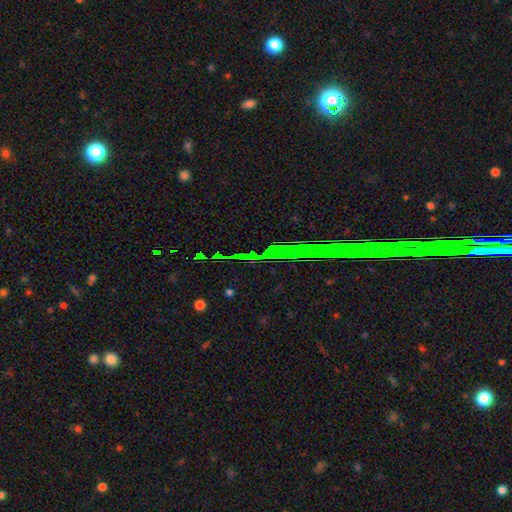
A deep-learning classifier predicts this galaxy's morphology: star or artifact 83%, featured or disk 9%, smooth 8%.